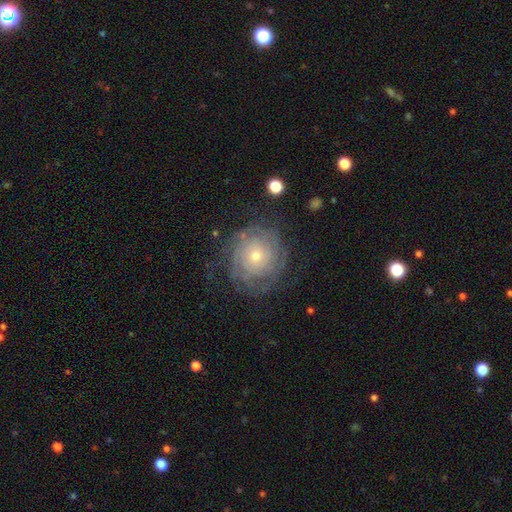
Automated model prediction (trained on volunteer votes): This appears to be a featured or disk galaxy (74%) with no bar (84%), tight (79%) spiral arms (89%) and a small central bulge (61%). Merging: none (73%).